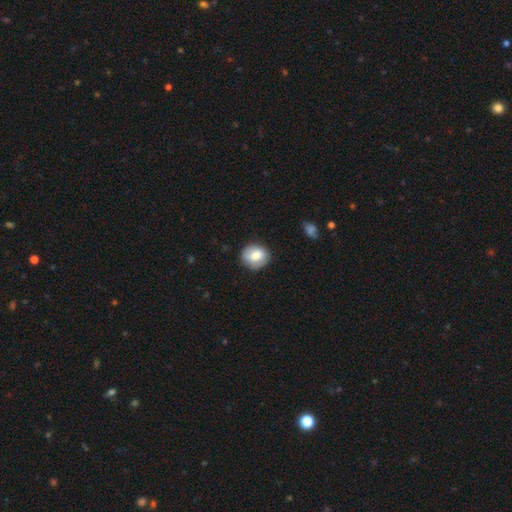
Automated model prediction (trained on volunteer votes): smooth-or-featured: smooth: 75% | featured or disk: 18% | star or artifact: 8%
  how-rounded: round: 74% | in between: 25% | cigar-shaped: 1%
  merging: none: 80% | minor disturbance: 15% | major disturbance: 3% | merger: 1%